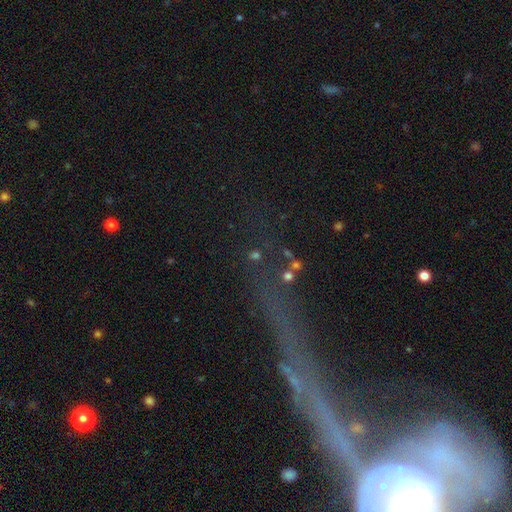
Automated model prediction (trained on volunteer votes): Q: Smooth or featured?
A: star or artifact (52%); runner-up: smooth (30%)